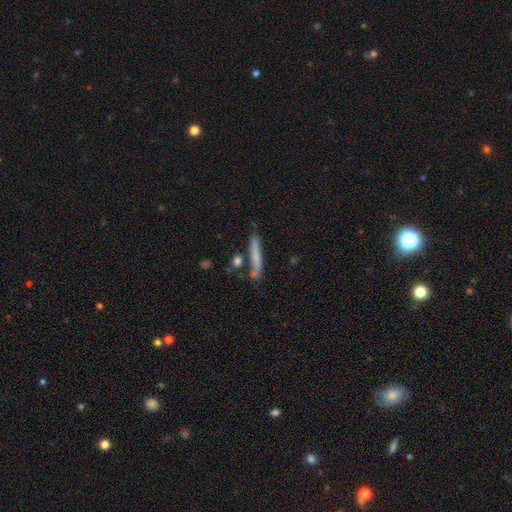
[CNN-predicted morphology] Q: Smooth or featured?
A: smooth (66%); runner-up: featured or disk (27%)
Q: How rounded?
A: cigar-shaped (92%); runner-up: in between (6%)
Q: Merging?
A: none (71%); runner-up: minor disturbance (16%)